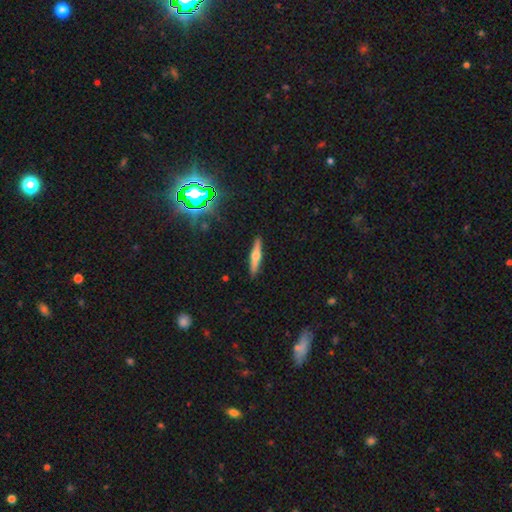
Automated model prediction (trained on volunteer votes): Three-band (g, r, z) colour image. It shows a featured or disk galaxy (57%) viewed edge-on (97%) with a rounded central bulge (90%). Merging: none (91%).